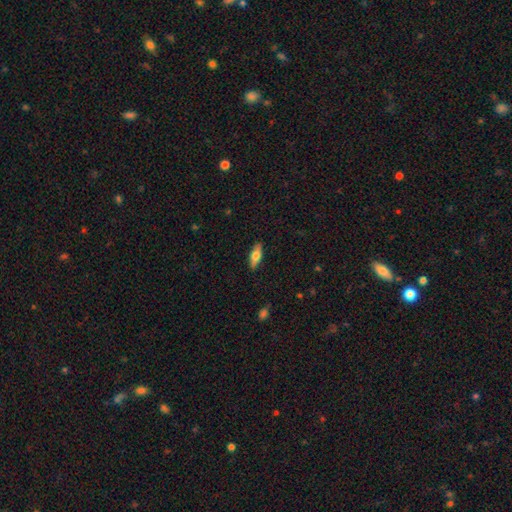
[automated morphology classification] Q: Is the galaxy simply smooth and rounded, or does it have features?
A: smooth — 66%.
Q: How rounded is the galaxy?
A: in between — 66%.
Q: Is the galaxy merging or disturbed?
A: none — 88%.